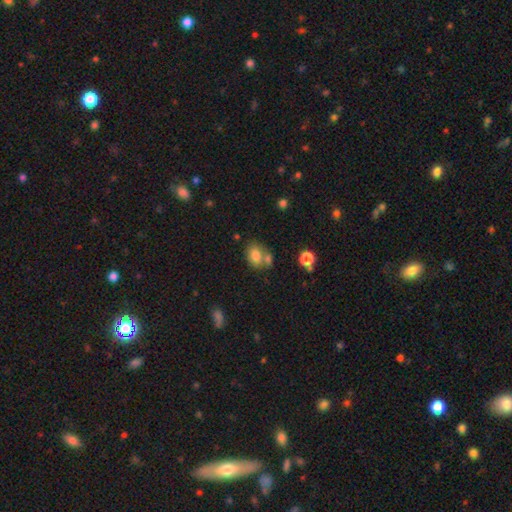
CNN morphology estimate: Q: Smooth or featured?
A: smooth (78%); runner-up: featured or disk (12%)
Q: How rounded?
A: in between (68%); runner-up: round (30%)
Q: Merging?
A: none (48%); runner-up: merger (33%)